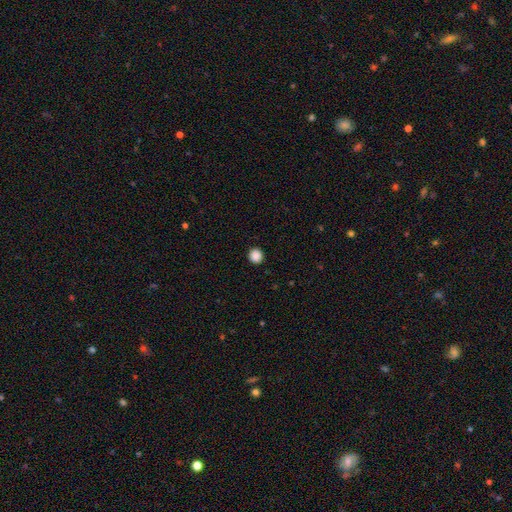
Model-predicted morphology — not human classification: This appears to be a smooth galaxy with no disk features (88%) that is round (93%). Merging: none (93%).